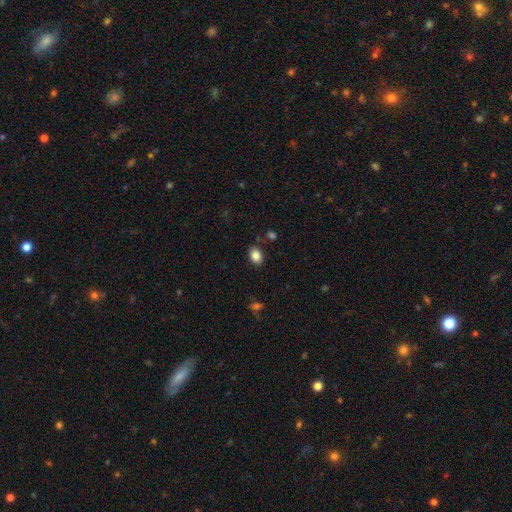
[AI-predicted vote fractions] Q: Smooth or featured?
A: smooth (85%); runner-up: star or artifact (9%)
Q: How rounded?
A: in between (78%); runner-up: round (21%)
Q: Merging?
A: none (84%); runner-up: minor disturbance (10%)